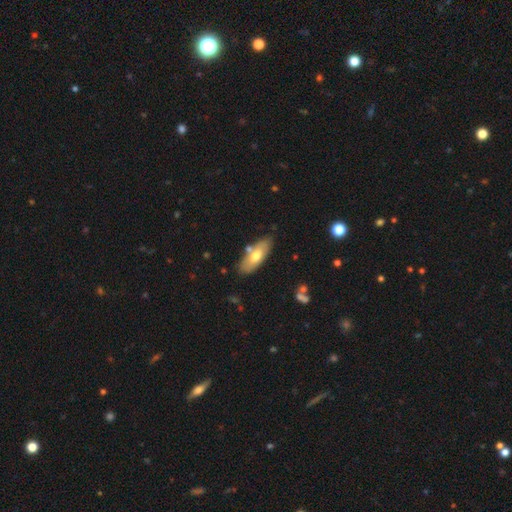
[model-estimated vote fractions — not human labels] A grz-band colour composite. It shows a smooth galaxy with no disk features (62%) that is in between round and cigar-shaped (76%). Merging: none (76%).